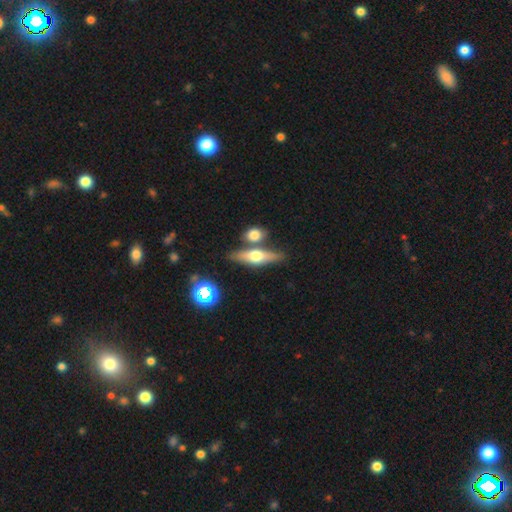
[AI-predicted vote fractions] A featured or disk galaxy (51%) viewed edge-on (87%). Merging: none (68%).